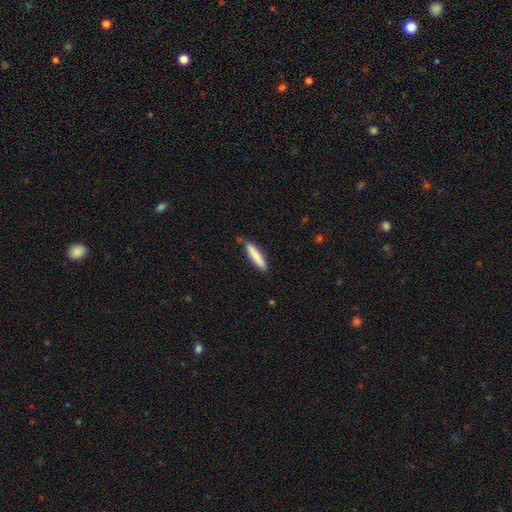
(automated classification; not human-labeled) Smooth or featured?
  - smooth: 81% *
  - featured or disk: 13%
  - star or artifact: 6%
How rounded?
  - cigar-shaped: 85% *
  - in between: 14%
  - round: 1%
Merging?
  - none: 80% *
  - minor disturbance: 15%
  - merger: 3%
  - major disturbance: 2%